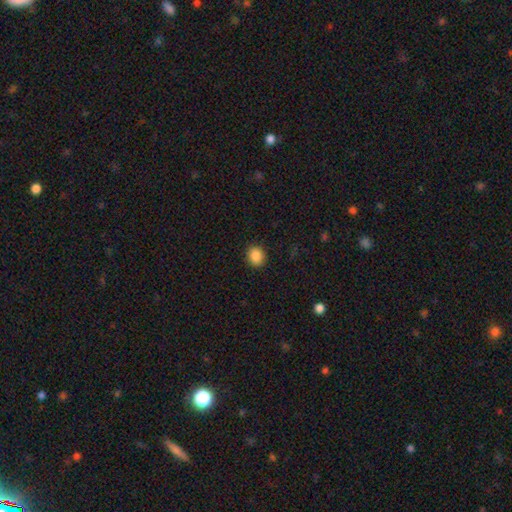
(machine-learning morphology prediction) Smooth or featured? smooth (87%)
How rounded? round (71%)
Merging? none (90%)